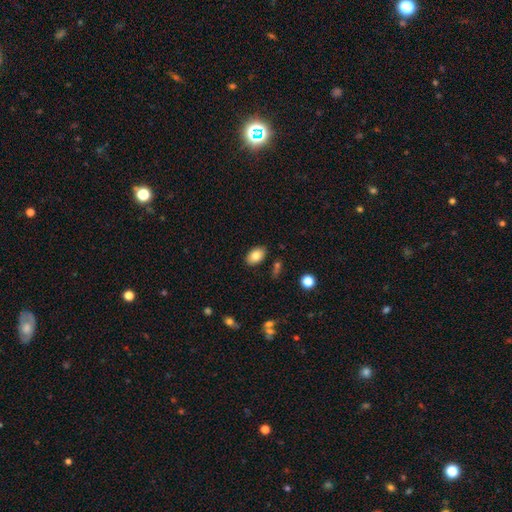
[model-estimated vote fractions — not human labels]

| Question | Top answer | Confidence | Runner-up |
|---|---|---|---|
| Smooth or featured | smooth | 83% | featured or disk (9%) |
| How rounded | in between | 91% | round (8%) |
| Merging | none | 85% | minor disturbance (10%) |